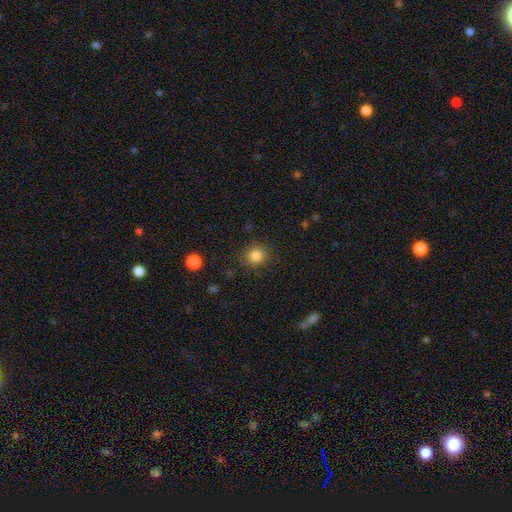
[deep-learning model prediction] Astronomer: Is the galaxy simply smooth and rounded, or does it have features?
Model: smooth — 83%.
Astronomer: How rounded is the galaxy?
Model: round — 84%.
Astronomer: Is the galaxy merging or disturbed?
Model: none — 85%.